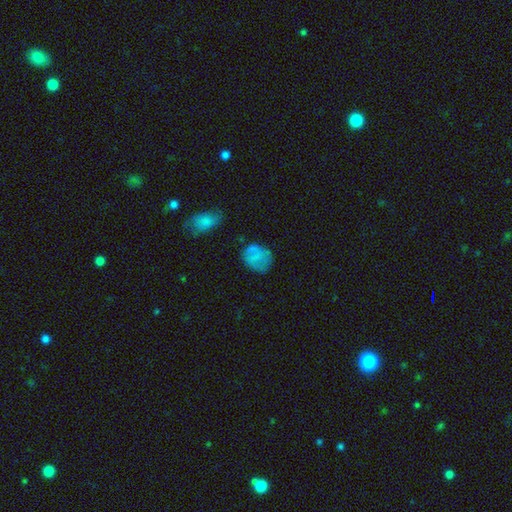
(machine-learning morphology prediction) Smooth or featured?
  - smooth: 71% *
  - featured or disk: 18%
  - star or artifact: 10%
How rounded?
  - round: 54% *
  - in between: 45%
  - cigar-shaped: 1%
Merging?
  - none: 62% *
  - minor disturbance: 25%
  - major disturbance: 11%
  - merger: 3%